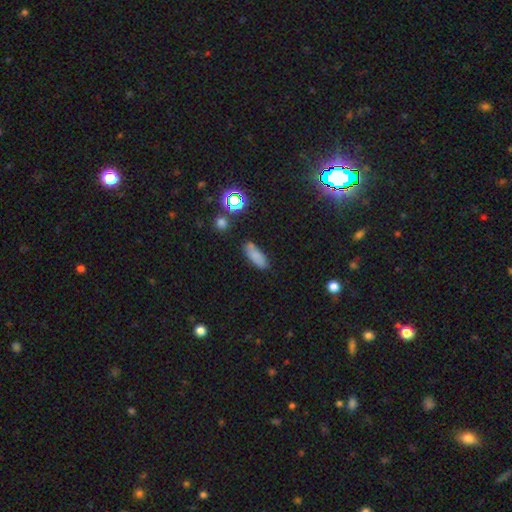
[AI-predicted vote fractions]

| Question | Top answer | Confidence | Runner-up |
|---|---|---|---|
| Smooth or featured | smooth | 79% | star or artifact (13%) |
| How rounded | in between | 60% | cigar-shaped (36%) |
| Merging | none | 74% | minor disturbance (17%) |